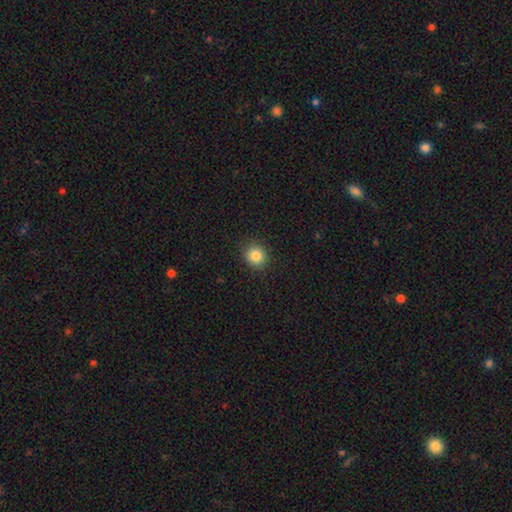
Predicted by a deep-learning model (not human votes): Smooth or featured: smooth — 84% (star or artifact — 11%)
How rounded: round — 87% (in between — 12%)
Merging: none — 90% (minor disturbance — 7%)